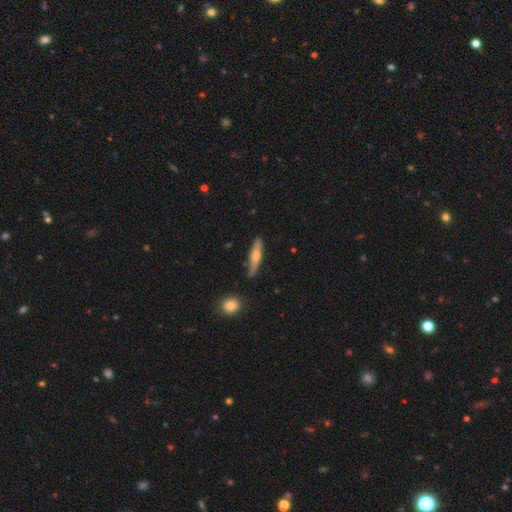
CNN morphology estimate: smooth-or-featured: smooth: 54% | featured or disk: 41% | star or artifact: 6%
  how-rounded: cigar-shaped: 82% | in between: 16% | round: 2%
  merging: none: 78% | minor disturbance: 16% | major disturbance: 3% | merger: 3%